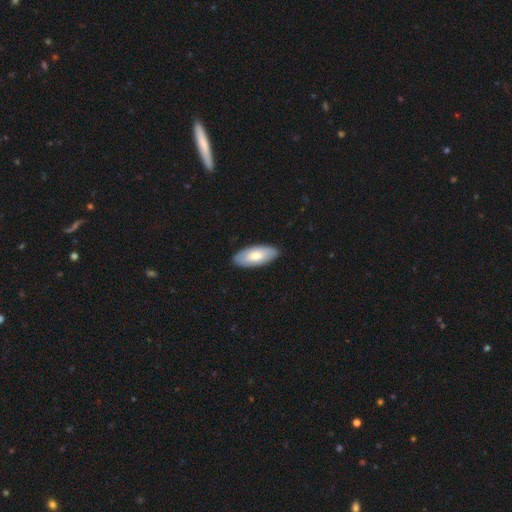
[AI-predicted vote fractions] Smooth or featured?
  - smooth: 71% *
  - featured or disk: 24%
  - star or artifact: 5%
How rounded?
  - in between: 88% *
  - cigar-shaped: 10%
  - round: 2%
Merging?
  - none: 89% *
  - minor disturbance: 9%
  - major disturbance: 2%
  - merger: 1%